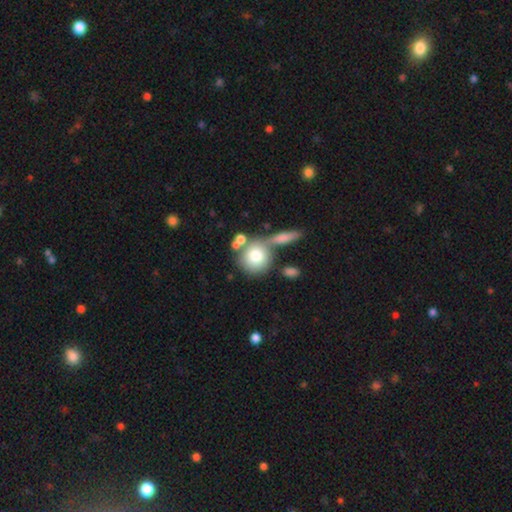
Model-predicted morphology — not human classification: The model was most divided on "merging": none: 51%, merger: 32%, minor disturbance: 12%, major disturbance: 6%. More confident: how rounded — round (86%); smooth or featured — smooth (75%).